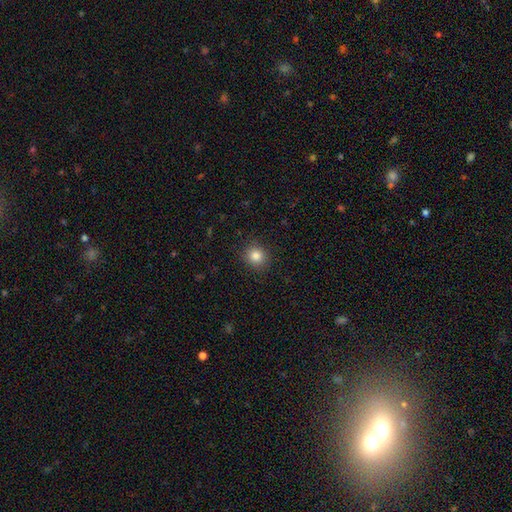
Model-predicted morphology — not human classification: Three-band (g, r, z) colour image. It shows a smooth galaxy with no disk features (84%) that is round (86%). Merging: none (89%).